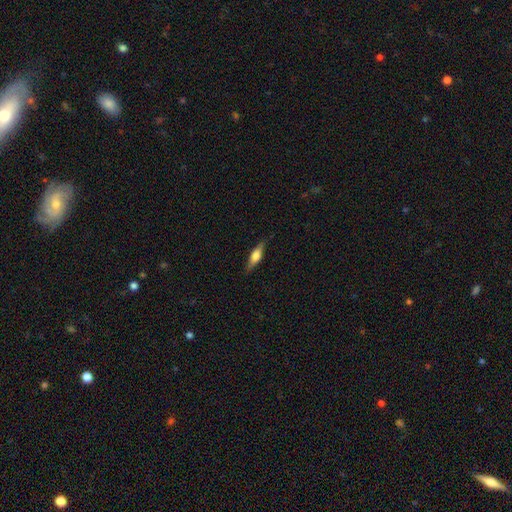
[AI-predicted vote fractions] smooth-or-featured: featured or disk: 47% | smooth: 46% | star or artifact: 7%
  merging: none: 82% | minor disturbance: 14% | major disturbance: 3% | merger: 1%